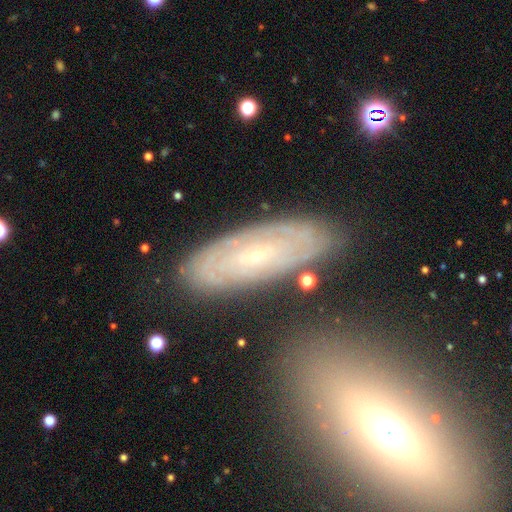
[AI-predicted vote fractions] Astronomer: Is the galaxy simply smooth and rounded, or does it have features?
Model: featured or disk — 75%.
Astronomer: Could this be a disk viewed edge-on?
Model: no — 87%.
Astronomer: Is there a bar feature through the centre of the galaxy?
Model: no — 65%.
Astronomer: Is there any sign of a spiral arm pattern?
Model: yes — 83%.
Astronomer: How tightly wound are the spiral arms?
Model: tight — 78%.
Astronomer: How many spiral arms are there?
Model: can't tell — 61%.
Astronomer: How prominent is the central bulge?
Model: small — 82%.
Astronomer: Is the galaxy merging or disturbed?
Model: none — 80%.